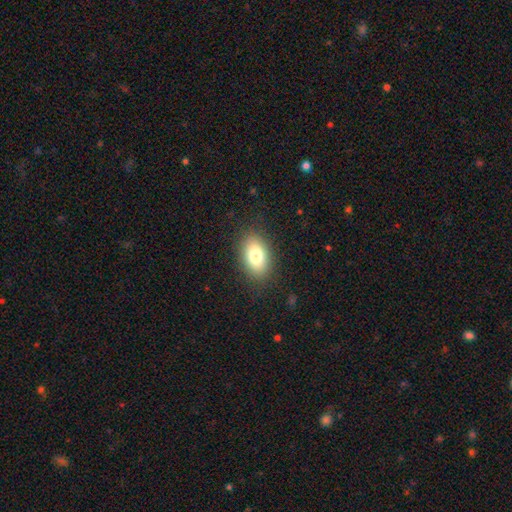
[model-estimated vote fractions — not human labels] smooth-or-featured: smooth: 80% | featured or disk: 12% | star or artifact: 9%
  how-rounded: in between: 89% | round: 9% | cigar-shaped: 2%
  merging: none: 86% | minor disturbance: 10% | major disturbance: 3% | merger: 1%